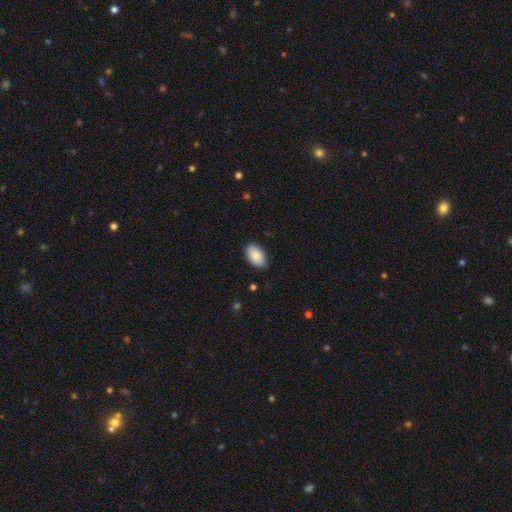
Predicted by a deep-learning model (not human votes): Morphology: type=smooth (88%); roundness=in between (94%); merging=none (88%).